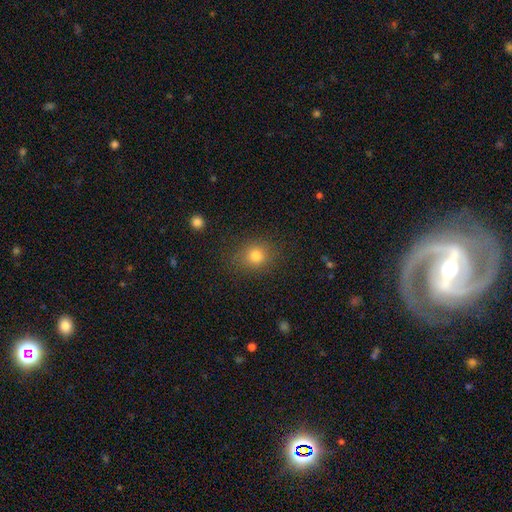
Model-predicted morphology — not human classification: Smooth or featured: smooth — 79% (star or artifact — 13%)
How rounded: round — 75% (in between — 24%)
Merging: none — 85% (minor disturbance — 10%)